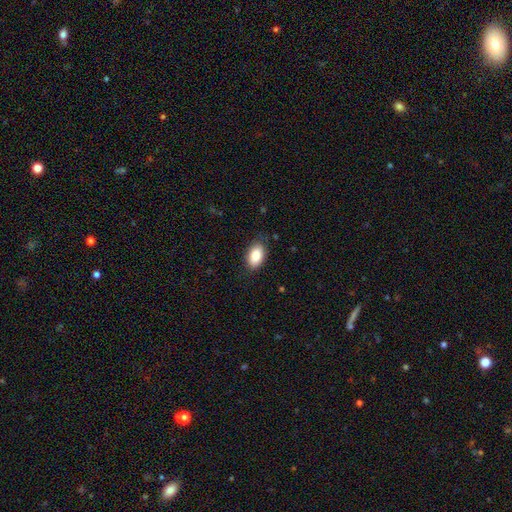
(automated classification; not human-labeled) smooth 86%, star or artifact 7%, featured or disk 7%. Down the decision tree: how rounded — in between (93%); merging — none (82%).